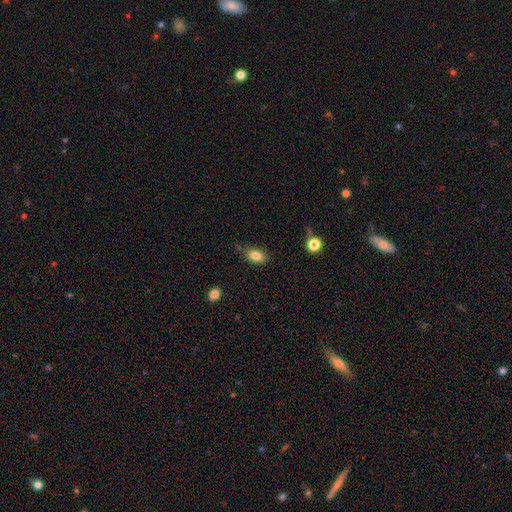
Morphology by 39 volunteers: Volunteers were most divided on "smooth or featured": smooth: 79%, featured or disk: 13%, star or artifact: 8%. More confident: how rounded — in between (97%); merging — none (83%).